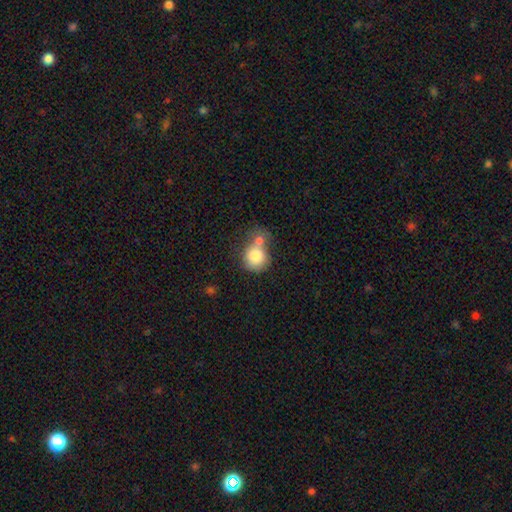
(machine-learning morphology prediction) Q: Smooth or featured?
A: smooth (80%); runner-up: featured or disk (12%)
Q: How rounded?
A: round (81%); runner-up: in between (18%)
Q: Merging?
A: merger (49%); runner-up: none (34%)